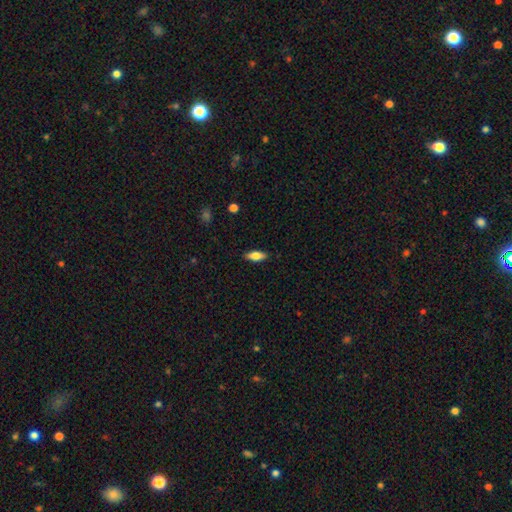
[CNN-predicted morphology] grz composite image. It shows a smooth galaxy with no disk features (79%) that is in between round and cigar-shaped (77%). Merging: none (88%).